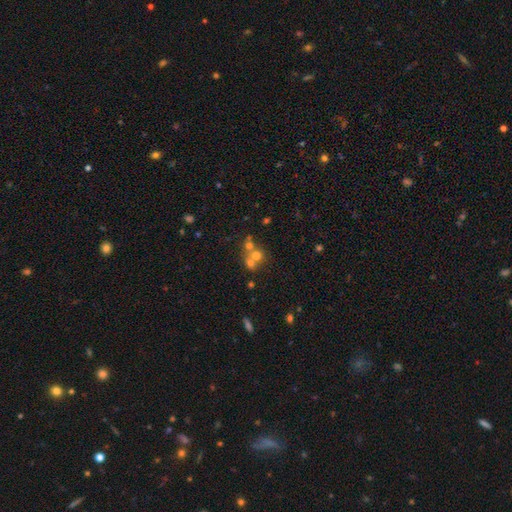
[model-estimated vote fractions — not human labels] A smooth galaxy with no disk features (60%) that is round (82%).

Vote fractions:
- Smooth or featured? smooth: 60% / featured or disk: 22% / star or artifact: 18%
- How rounded? round: 82% / in between: 17% / cigar-shaped: 1%
- Merging? merger: 55% / none: 36% / minor disturbance: 6% / major disturbance: 4%